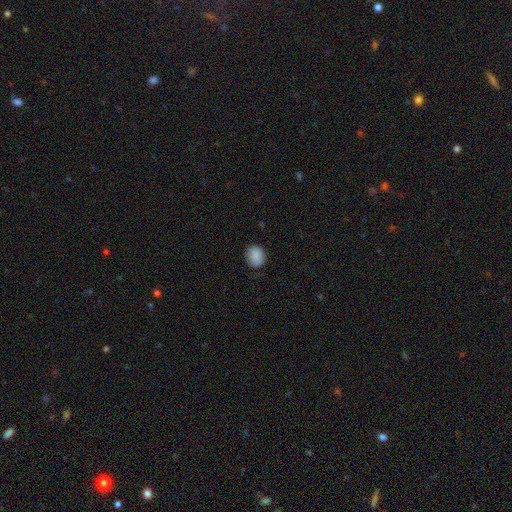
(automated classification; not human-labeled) The model was most divided on "how rounded": round: 69%, in between: 31%, cigar-shaped: 1%. More confident: smooth or featured — smooth (88%); merging — none (82%).